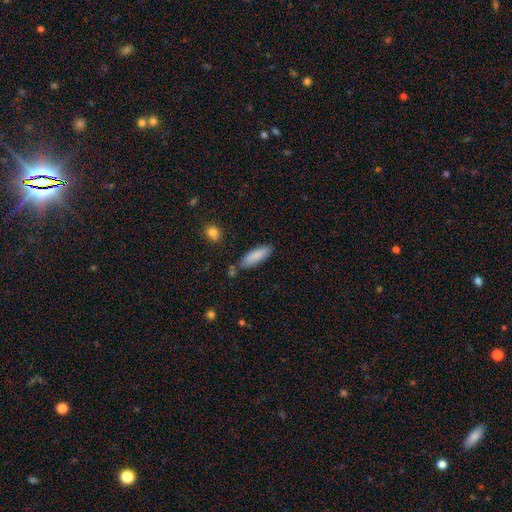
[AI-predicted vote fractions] smooth 85%, featured or disk 9%, star or artifact 6%. Down the decision tree: how rounded — in between (53%); merging — none (79%).